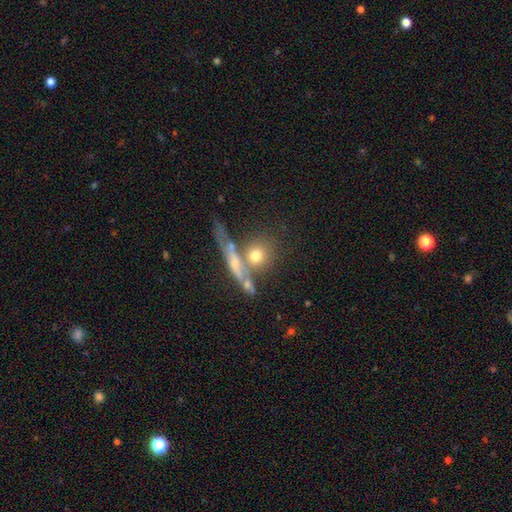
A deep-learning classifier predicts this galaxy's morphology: The model was most divided on "merging": none: 51%, merger: 30%, minor disturbance: 12%, major disturbance: 7%. More confident: how rounded — round (77%); smooth or featured — smooth (64%).